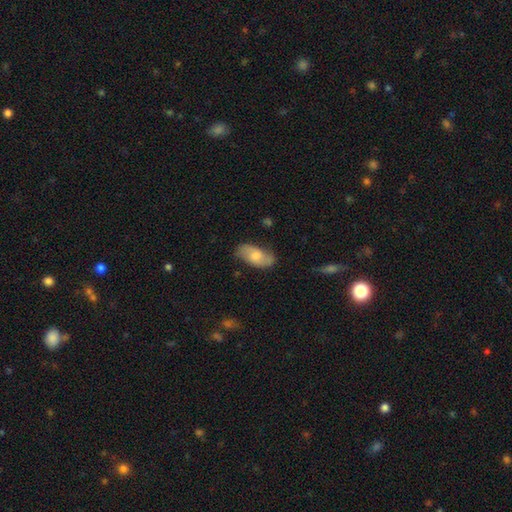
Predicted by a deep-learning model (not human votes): Overall: smooth (56%; featured or disk 37%). How rounded: in between (92%). Merging: none (70%).